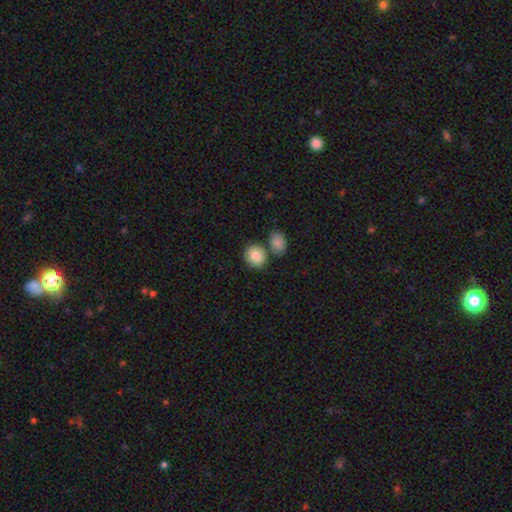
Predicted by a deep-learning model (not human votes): This is clearly a smooth galaxy (86%). How rounded: likely round (72%). Merging: likely none (67%).